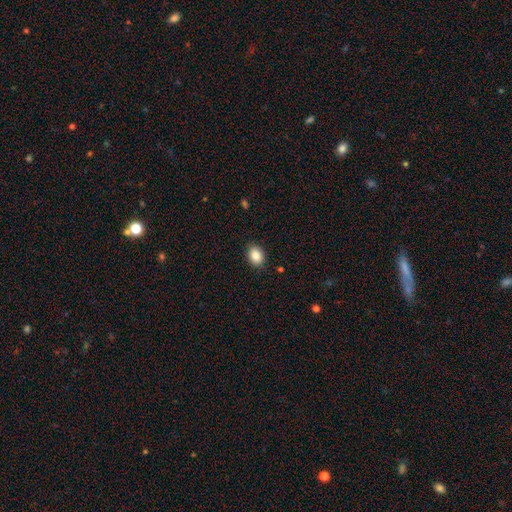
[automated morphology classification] Smooth or featured?
  - smooth: 86% *
  - star or artifact: 8%
  - featured or disk: 6%
How rounded?
  - in between: 69% *
  - round: 30%
  - cigar-shaped: 1%
Merging?
  - none: 89% *
  - minor disturbance: 8%
  - major disturbance: 2%
  - merger: 1%